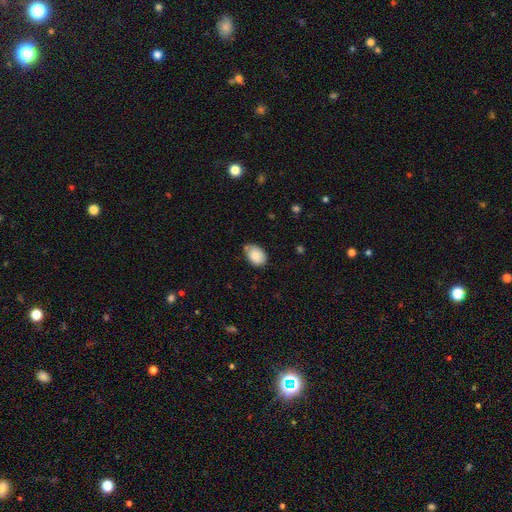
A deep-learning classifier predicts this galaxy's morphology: smooth-or-featured: smooth: 86% | star or artifact: 7% | featured or disk: 7%
  how-rounded: in between: 80% | round: 19% | cigar-shaped: 1%
  merging: none: 65% | minor disturbance: 26% | merger: 5% | major disturbance: 4%